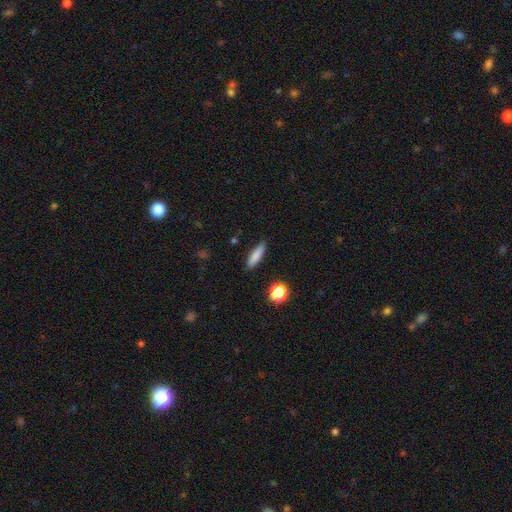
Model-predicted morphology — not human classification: The model was most divided on "how rounded": cigar-shaped: 70%, in between: 27%, round: 3%. More confident: merging — none (87%); smooth or featured — smooth (81%).